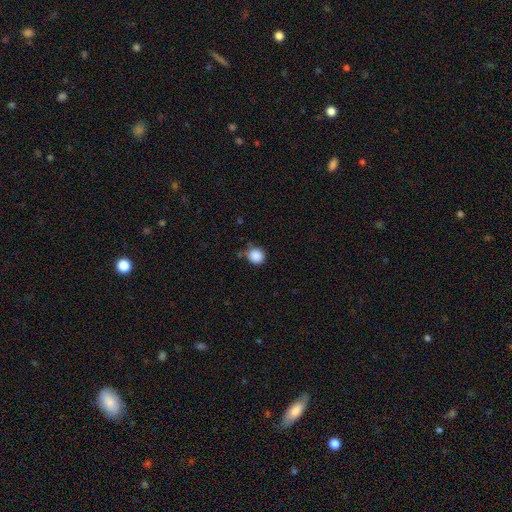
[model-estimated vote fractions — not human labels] Q: Smooth or featured?
A: smooth (87%); runner-up: star or artifact (10%)
Q: How rounded?
A: round (90%); runner-up: in between (9%)
Q: Merging?
A: none (74%); runner-up: minor disturbance (18%)